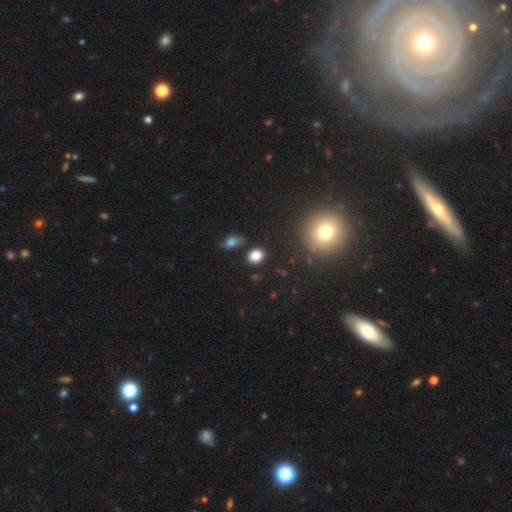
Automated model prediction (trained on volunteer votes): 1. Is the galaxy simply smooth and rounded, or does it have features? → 83% smooth, 12% star or artifact, 6% featured or disk.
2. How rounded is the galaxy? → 52% round, 47% in between, 1% cigar-shaped.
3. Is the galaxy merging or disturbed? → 82% none, 10% minor disturbance, 5% merger, 3% major disturbance.